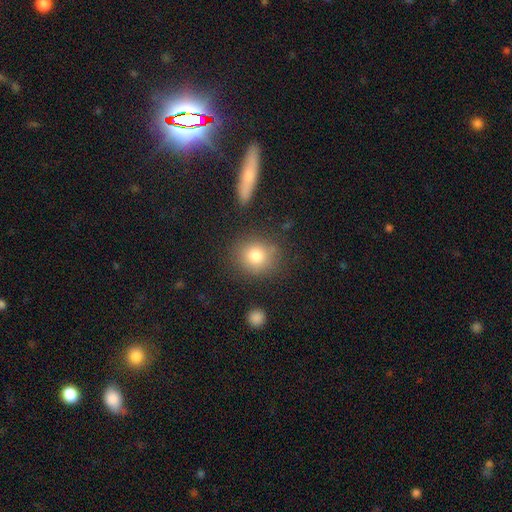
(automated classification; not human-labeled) Smooth or featured?
  - smooth: 80% *
  - star or artifact: 10%
  - featured or disk: 10%
How rounded?
  - round: 76% *
  - in between: 23%
  - cigar-shaped: 1%
Merging?
  - none: 81% *
  - minor disturbance: 11%
  - major disturbance: 4%
  - merger: 4%